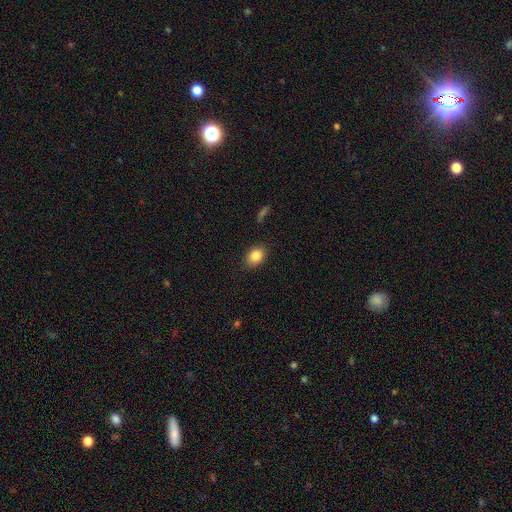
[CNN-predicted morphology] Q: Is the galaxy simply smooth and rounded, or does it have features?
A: smooth — 84%.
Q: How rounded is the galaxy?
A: in between — 74%.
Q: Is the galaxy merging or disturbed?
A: none — 85%.